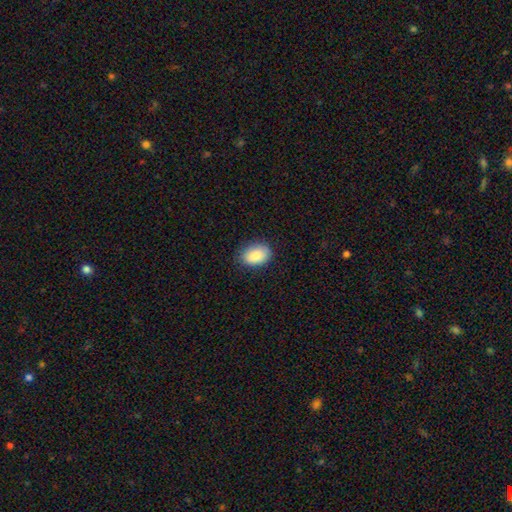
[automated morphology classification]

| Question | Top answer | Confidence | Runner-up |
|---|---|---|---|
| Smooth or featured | smooth | 86% | star or artifact (7%) |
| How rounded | in between | 84% | round (15%) |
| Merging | none | 83% | minor disturbance (14%) |